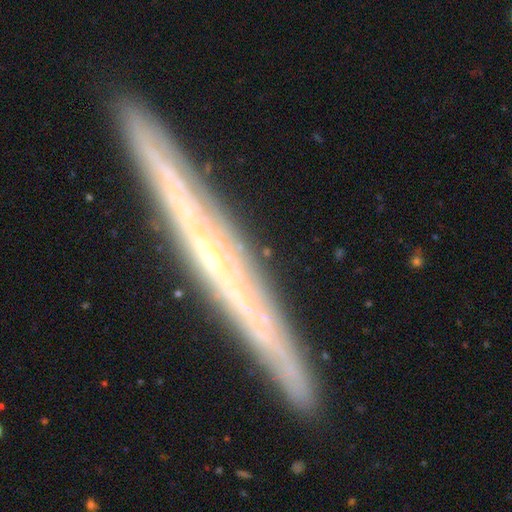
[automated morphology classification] Smooth or featured? Predicted: featured or disk (p=0.74). Edge-on disk? Predicted: yes (p=0.91). Edge-on bulge? Predicted: none (p=0.73). Merging? Predicted: none (p=0.87).